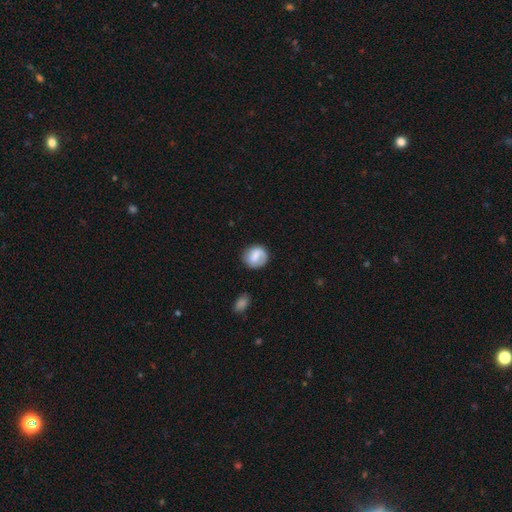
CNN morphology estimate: Smooth or featured: smooth — 62% (featured or disk — 31%)
How rounded: round — 78% (in between — 21%)
Merging: none — 72% (minor disturbance — 18%)